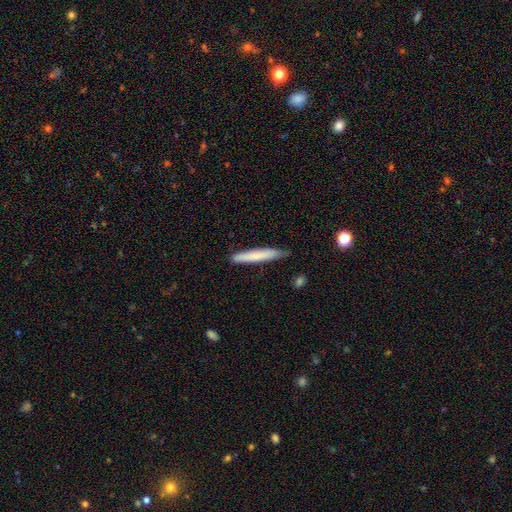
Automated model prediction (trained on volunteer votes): A smooth galaxy with no disk features (73%) that is cigar-shaped (96%).

Vote fractions:
- Smooth or featured? smooth: 73% / featured or disk: 21% / star or artifact: 6%
- How rounded? cigar-shaped: 96% / in between: 3% / round: 1%
- Merging? none: 81% / minor disturbance: 16% / major disturbance: 2% / merger: 2%